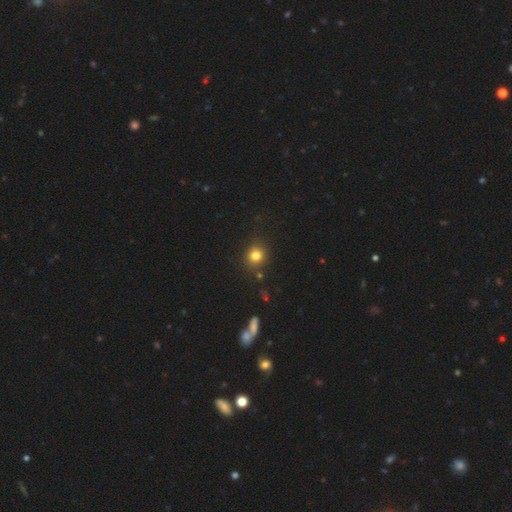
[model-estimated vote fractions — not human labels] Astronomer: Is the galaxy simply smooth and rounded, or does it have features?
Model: smooth — 79%.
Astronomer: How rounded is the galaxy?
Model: round — 82%.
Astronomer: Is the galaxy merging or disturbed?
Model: none — 83%.